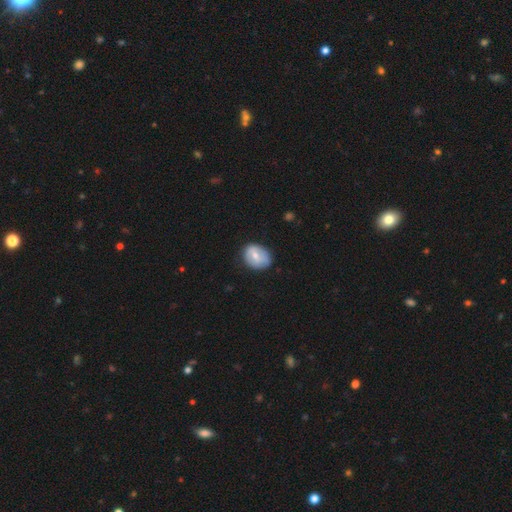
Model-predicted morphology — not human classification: smooth_or_featured: smooth (p=0.54) [alt: featured or disk p=0.39]
how_rounded: in between (p=0.54) [alt: round p=0.45]
merging: none (p=0.73) [alt: minor disturbance p=0.21]